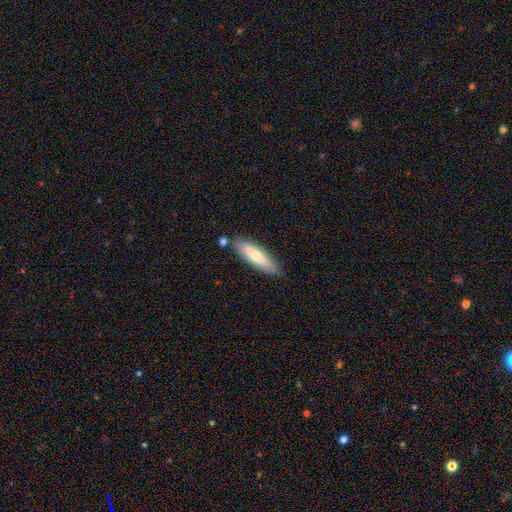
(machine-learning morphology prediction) Smooth or featured: smooth — 65% (featured or disk — 30%)
How rounded: cigar-shaped — 62% (in between — 36%)
Merging: none — 80% (minor disturbance — 13%)